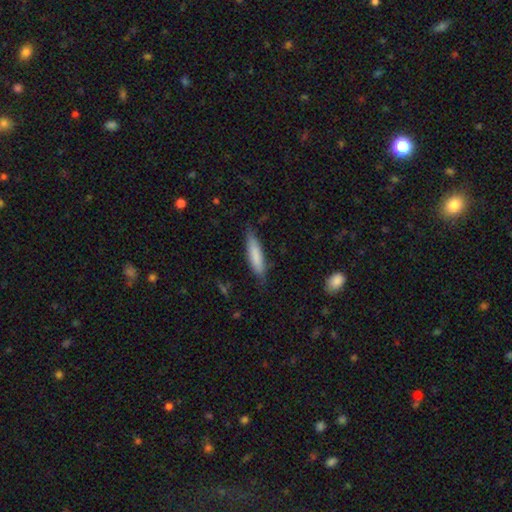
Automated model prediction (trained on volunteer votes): Morphology: type=smooth (80%); roundness=cigar-shaped (79%); merging=none (79%).